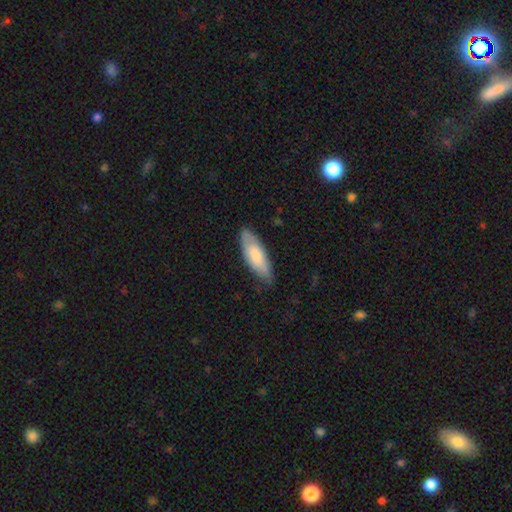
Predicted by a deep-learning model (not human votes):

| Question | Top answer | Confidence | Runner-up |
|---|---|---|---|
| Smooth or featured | smooth | 75% | featured or disk (20%) |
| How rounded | in between | 63% | cigar-shaped (35%) |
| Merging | none | 76% | minor disturbance (19%) |